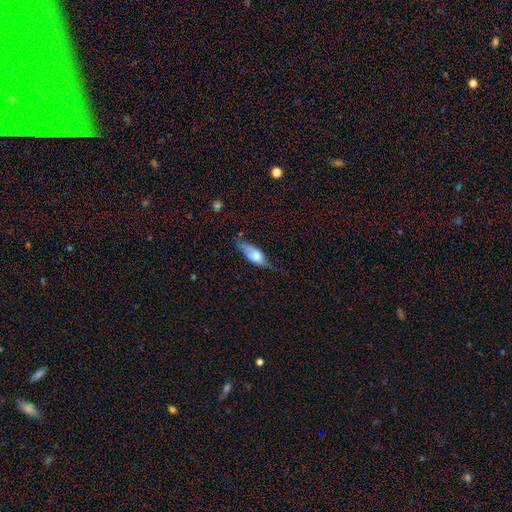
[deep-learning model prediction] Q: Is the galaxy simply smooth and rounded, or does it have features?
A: smooth — 60%.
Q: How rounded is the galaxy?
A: in between — 72%.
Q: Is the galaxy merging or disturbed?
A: none — 46%.